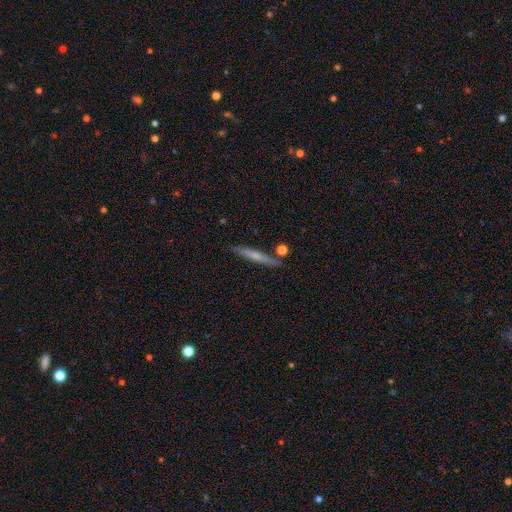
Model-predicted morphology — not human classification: type=smooth (49%); merging=none (84%).